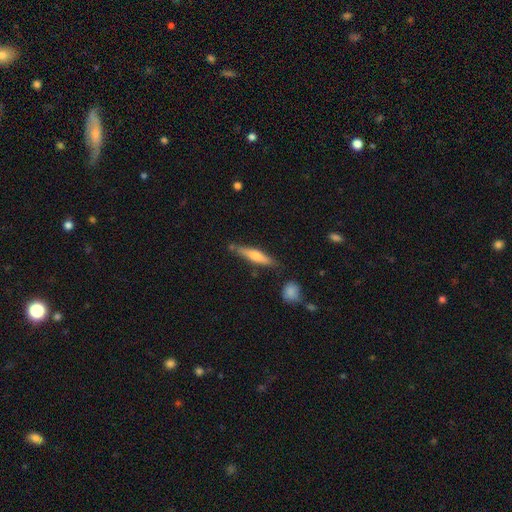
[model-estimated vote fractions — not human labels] A smooth galaxy with no disk features (57%) that is cigar-shaped (84%). Merging: none (75%).